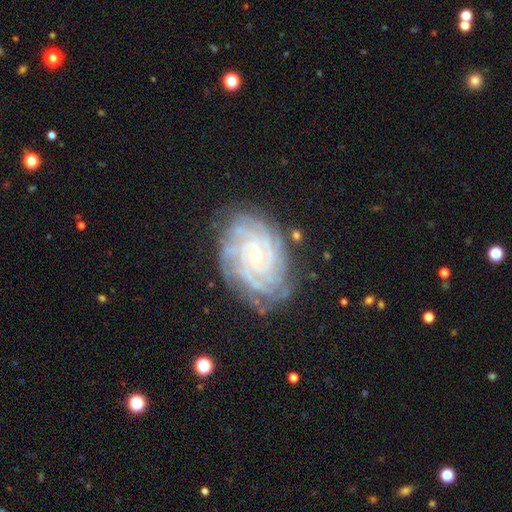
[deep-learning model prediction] Overall: featured or disk (88%). Edge-on disk: no (97%). Bar: no (75%). Spiral arms: yes (98%). Spiral arm count: more than 4 (26%; 4 25%). Spiral winding: tight (81%). Bulge size: small (81%). Merging: none (78%).